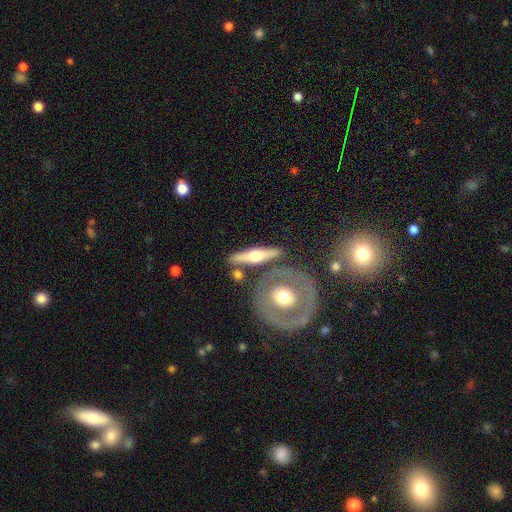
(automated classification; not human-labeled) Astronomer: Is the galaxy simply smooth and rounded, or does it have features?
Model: featured or disk — 59% (runner-up: smooth, 36%).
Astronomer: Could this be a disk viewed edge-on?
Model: yes — 82%.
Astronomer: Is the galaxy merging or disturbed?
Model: none — 75%.